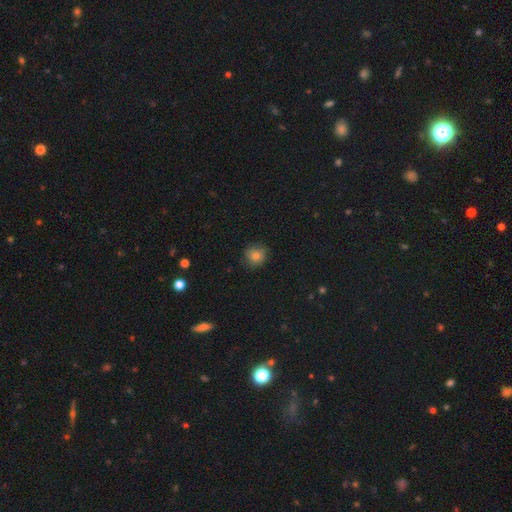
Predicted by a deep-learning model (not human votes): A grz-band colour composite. It shows a smooth galaxy with no disk features (81%) that is round (87%). Merging: none (81%).